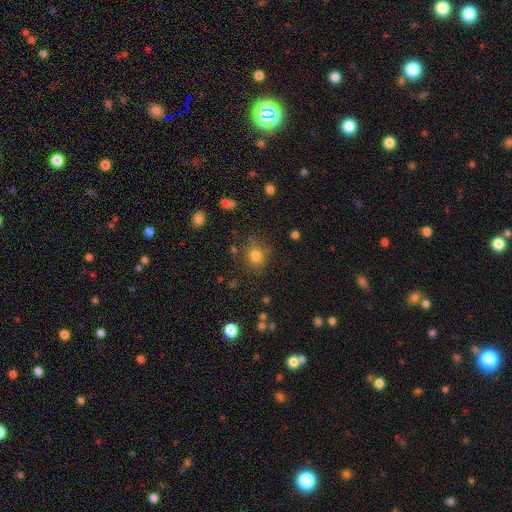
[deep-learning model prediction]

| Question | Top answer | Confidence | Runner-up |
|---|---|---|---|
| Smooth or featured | smooth | 79% | star or artifact (14%) |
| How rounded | round | 80% | in between (19%) |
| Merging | none | 79% | minor disturbance (13%) |